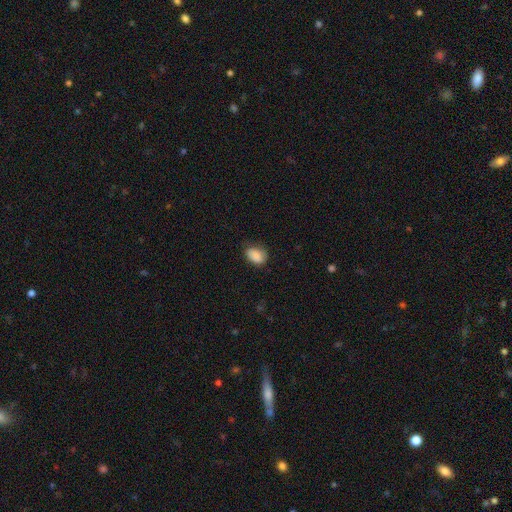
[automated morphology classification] type=smooth (87%); roundness=in between (78%); merging=none (65%).